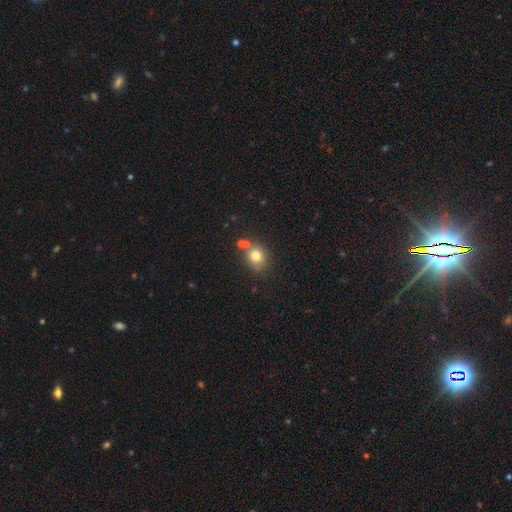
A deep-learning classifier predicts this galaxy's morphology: This appears to be a smooth galaxy with no disk features (77%) that is round (70%). Merging: none (67%).